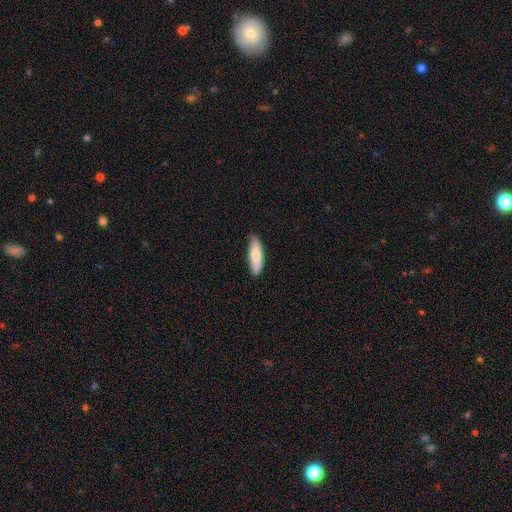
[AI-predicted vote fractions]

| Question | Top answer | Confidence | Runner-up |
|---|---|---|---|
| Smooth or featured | smooth | 76% | featured or disk (18%) |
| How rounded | cigar-shaped | 50% | in between (49%) |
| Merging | none | 81% | minor disturbance (16%) |